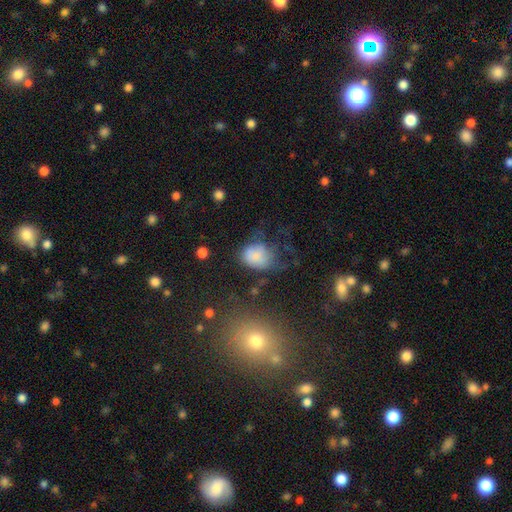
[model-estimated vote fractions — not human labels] Morphology: type=smooth (71%); roundness=in between (59%); merging=none (34%).